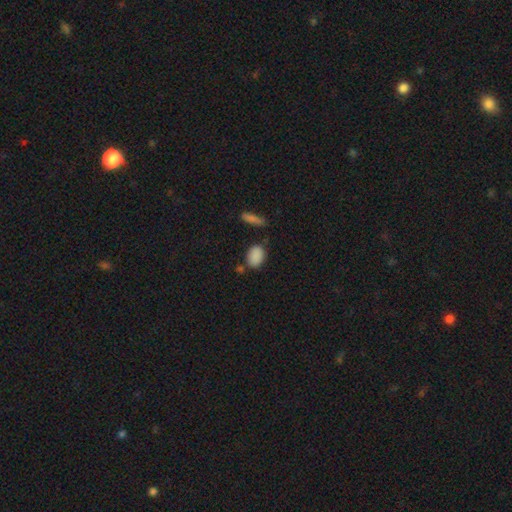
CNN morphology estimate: Smooth or featured? smooth (87%)
How rounded? in between (81%)
Merging? none (71%)